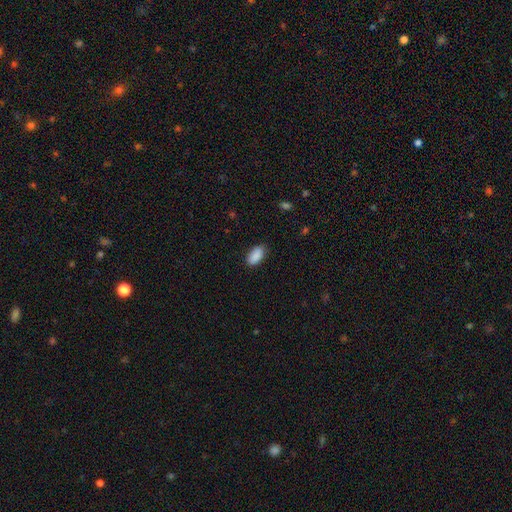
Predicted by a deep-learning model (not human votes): smooth-or-featured: smooth: 90% | star or artifact: 7% | featured or disk: 3%
  how-rounded: in between: 94% | round: 3% | cigar-shaped: 3%
  merging: none: 84% | minor disturbance: 12% | major disturbance: 3% | merger: 1%